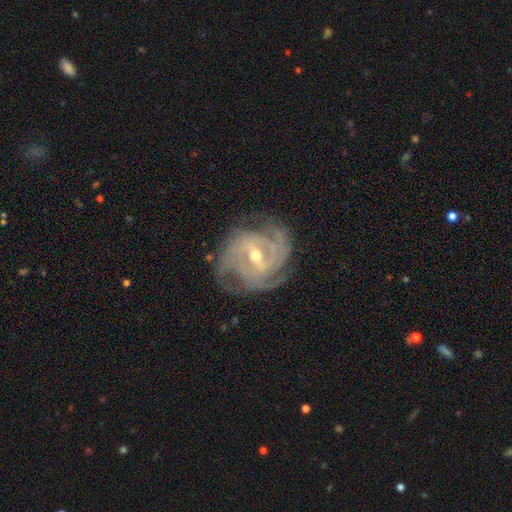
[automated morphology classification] This is clearly a featured or disk galaxy (91%). It is clearly not viewed edge-on (97%). Bar: possibly weak (49%). Spiral arm pattern: clearly yes (98%). Spiral arm count: marginally 3 (34%). Spiral winding: likely tight (65%). Central bulge: possibly moderate (51%). Merging: likely none (74%).